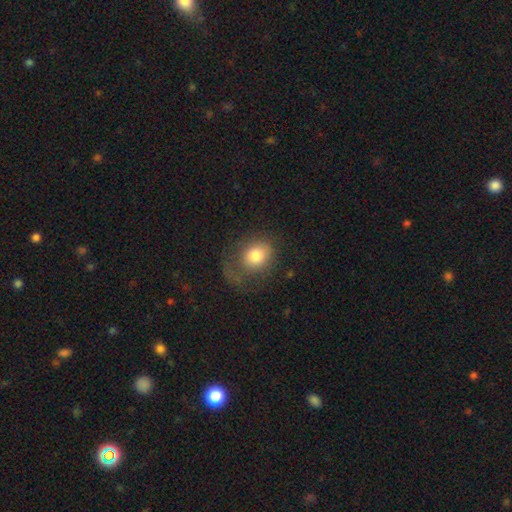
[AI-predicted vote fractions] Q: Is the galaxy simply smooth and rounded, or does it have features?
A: smooth — 76%.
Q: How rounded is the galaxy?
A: round — 57%.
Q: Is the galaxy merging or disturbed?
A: none — 47%.